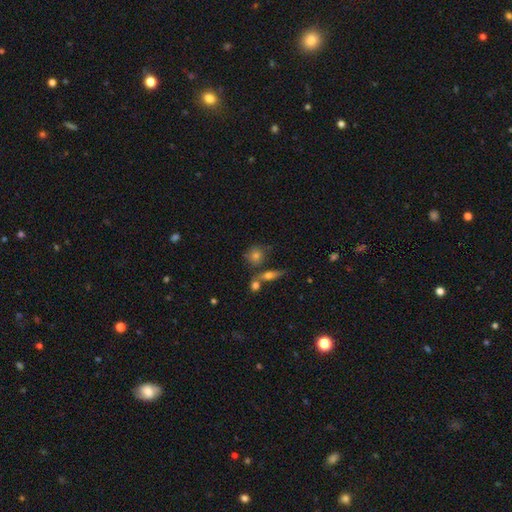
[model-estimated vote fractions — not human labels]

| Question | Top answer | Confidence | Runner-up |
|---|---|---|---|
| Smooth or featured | smooth | 71% | featured or disk (18%) |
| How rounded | round | 72% | in between (24%) |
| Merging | none | 60% | merger (20%) |